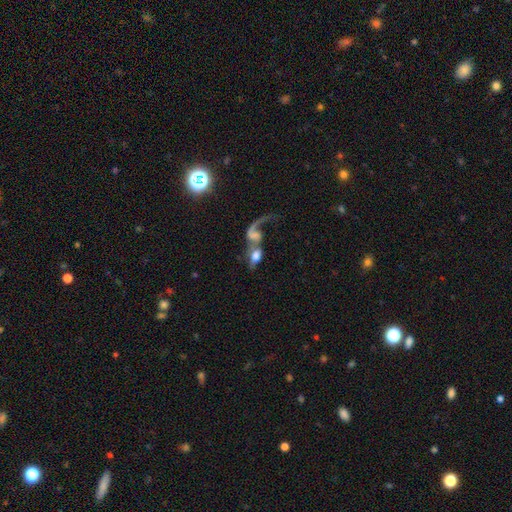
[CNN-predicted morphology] The model was most divided on "smooth or featured": featured or disk: 48%, smooth: 42%, star or artifact: 10%. More confident: merging — merger (60%).